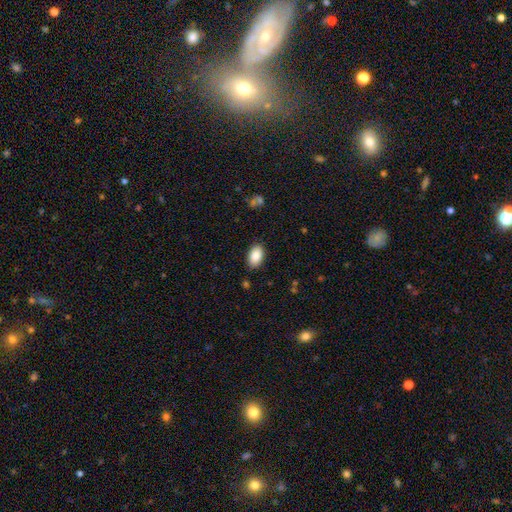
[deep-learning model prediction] Morphology: type=smooth (87%); roundness=in between (93%); merging=none (87%).